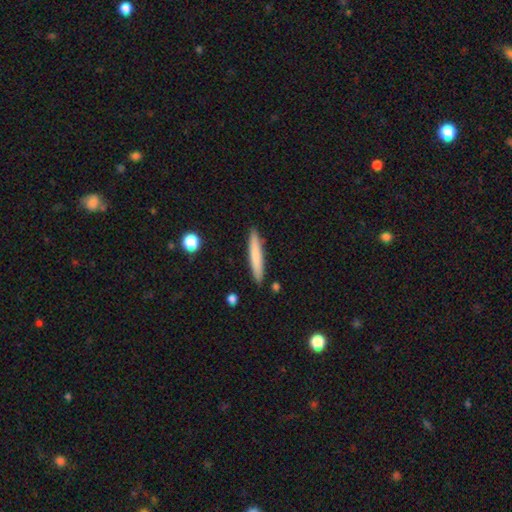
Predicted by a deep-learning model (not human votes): Morphology: type=smooth (74%); roundness=cigar-shaped (94%); merging=none (90%).